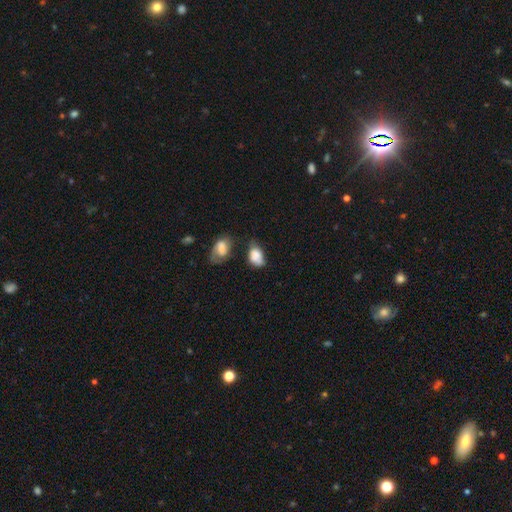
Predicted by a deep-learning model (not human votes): This is likely a smooth galaxy (77%). How rounded: clearly in between (83%). Merging: marginally minor disturbance (32%).